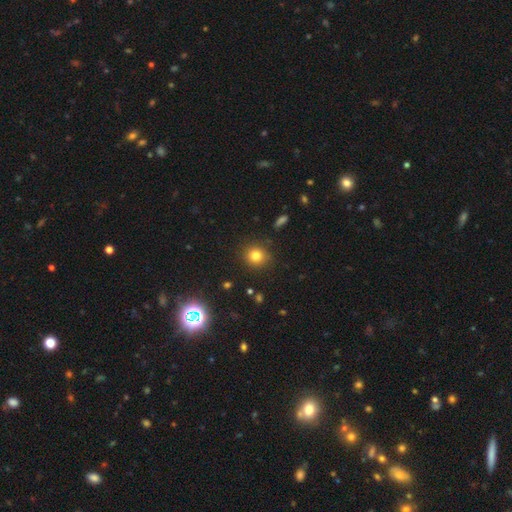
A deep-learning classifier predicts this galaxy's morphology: This appears to be a smooth galaxy with no disk features (78%) that is round (89%). Merging: none (88%).